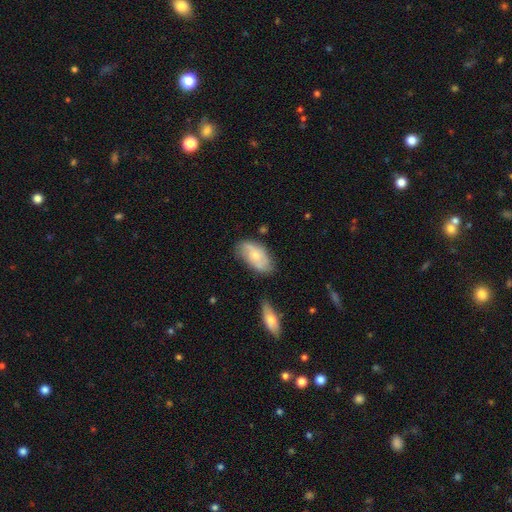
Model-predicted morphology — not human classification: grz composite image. It shows a smooth galaxy with no disk features (53%) that is in between round and cigar-shaped (92%). Merging: none (67%).